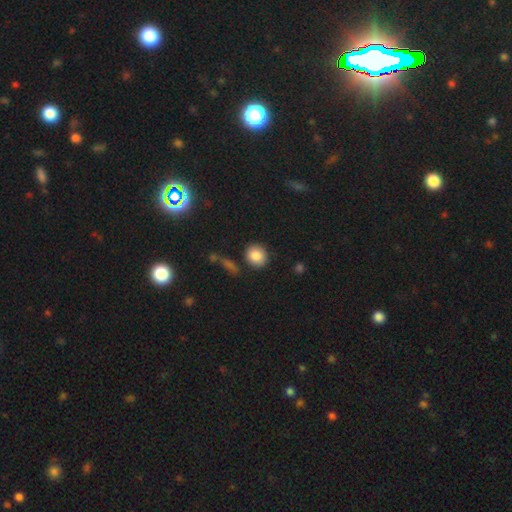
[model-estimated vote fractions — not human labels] This appears to be a smooth galaxy with no disk features (86%) that is round (75%). Merging: none (84%).